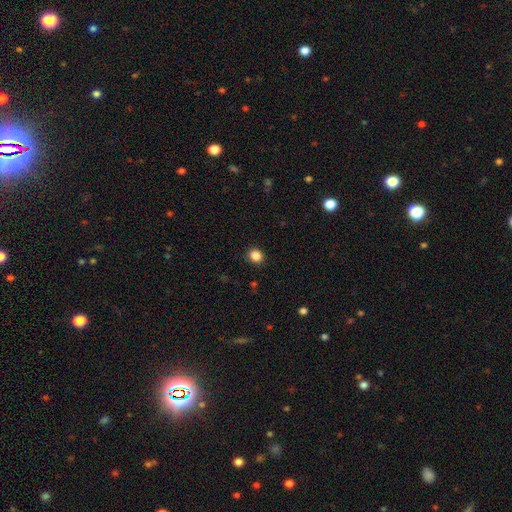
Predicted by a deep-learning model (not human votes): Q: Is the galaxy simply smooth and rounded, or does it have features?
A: smooth — 85%.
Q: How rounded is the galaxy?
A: round — 78%.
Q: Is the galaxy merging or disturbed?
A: none — 90%.